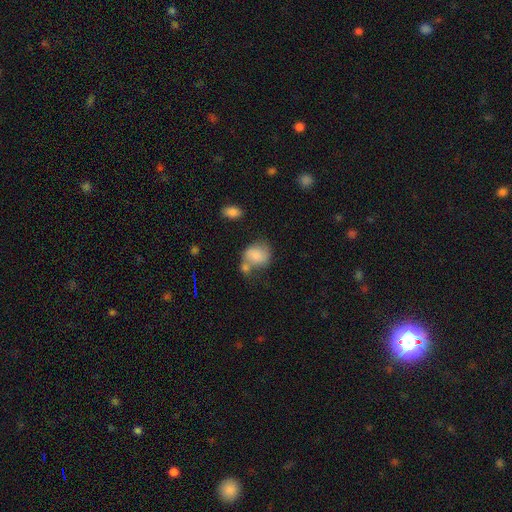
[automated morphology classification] Q: Smooth or featured?
A: smooth (79%); runner-up: featured or disk (12%)
Q: How rounded?
A: round (52%); runner-up: in between (47%)
Q: Merging?
A: none (38%); runner-up: merger (31%)